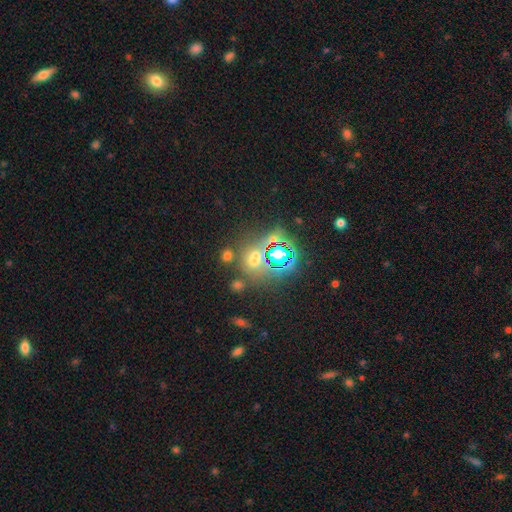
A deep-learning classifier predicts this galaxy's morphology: A star or artifact, not a galaxy (52%).

Vote fractions:
- Smooth or featured? star or artifact: 52% / smooth: 40% / featured or disk: 9%